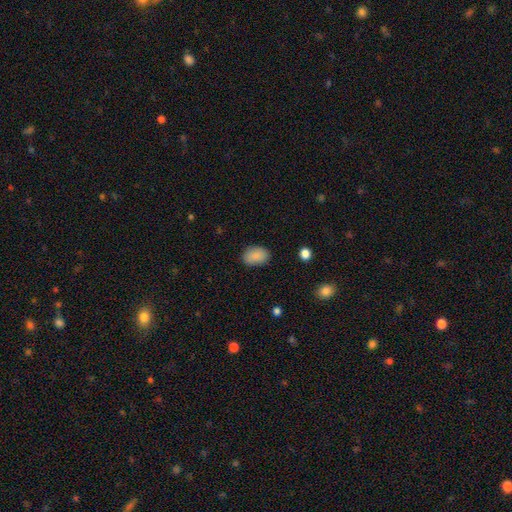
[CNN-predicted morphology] type=smooth (88%); roundness=in between (84%); merging=none (83%).